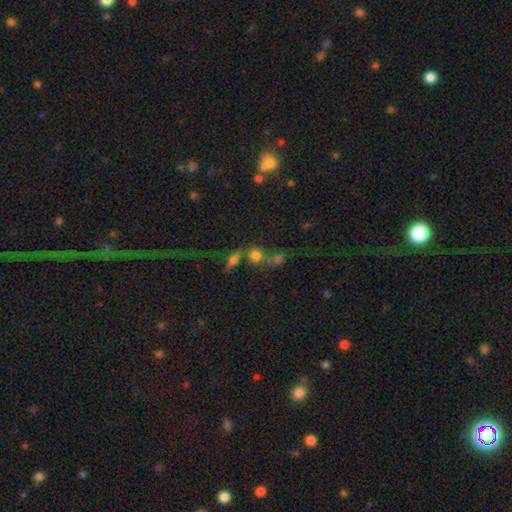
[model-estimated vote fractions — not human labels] smooth 70%, star or artifact 18%, featured or disk 12%. Down the decision tree: how rounded — round (77%); merging — none (49%).